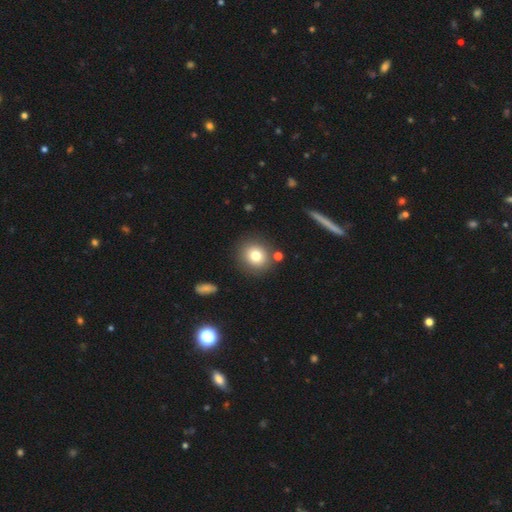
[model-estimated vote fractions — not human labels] Smooth or featured? smooth (77%)
How rounded? round (84%)
Merging? none (83%)